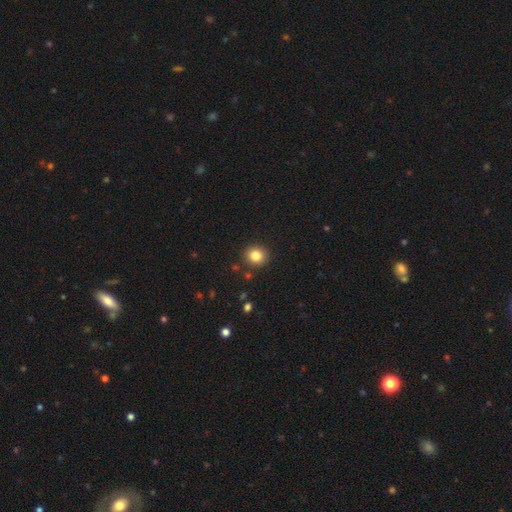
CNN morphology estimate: Smooth or featured? smooth (83%)
How rounded? round (84%)
Merging? none (90%)